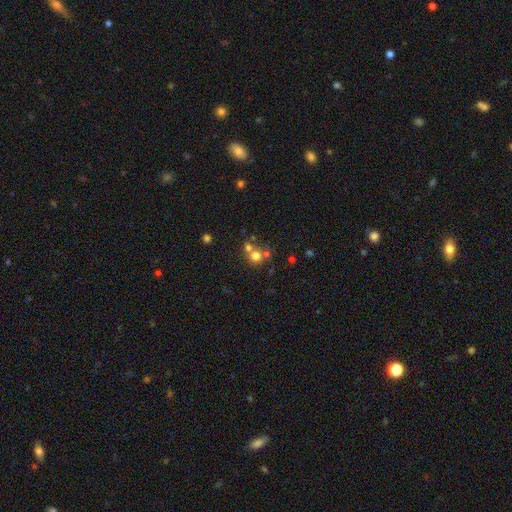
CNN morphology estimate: A smooth galaxy with no disk features (70%) that is round (87%). Merging: none (49%).